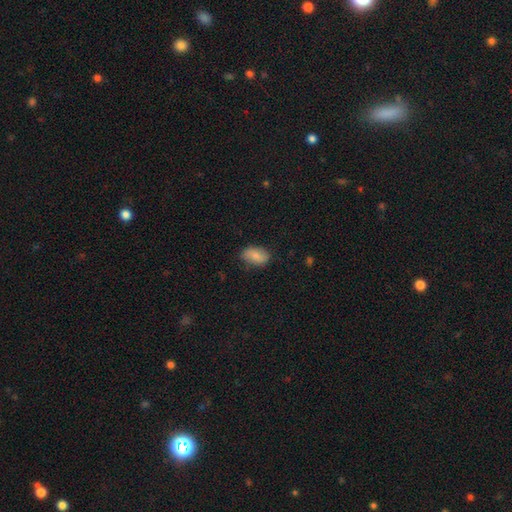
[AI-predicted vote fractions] This is clearly a smooth galaxy (83%). How rounded: clearly in between (90%). Merging: likely none (78%).